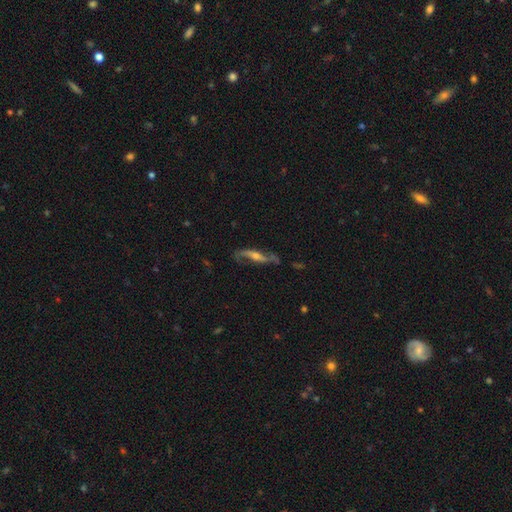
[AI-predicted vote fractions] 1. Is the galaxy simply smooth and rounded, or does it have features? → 78% featured or disk, 13% smooth, 9% star or artifact.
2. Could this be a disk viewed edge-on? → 65% no, 35% yes.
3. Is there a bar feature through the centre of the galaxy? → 41% no, 34% weak, 26% strong.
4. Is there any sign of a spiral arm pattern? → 90% yes, 10% no.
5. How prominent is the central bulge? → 52% moderate, 35% small, 7% large, 4% none, 2% dominant.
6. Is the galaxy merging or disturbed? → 67% none, 19% minor disturbance, 11% major disturbance, 3% merger.